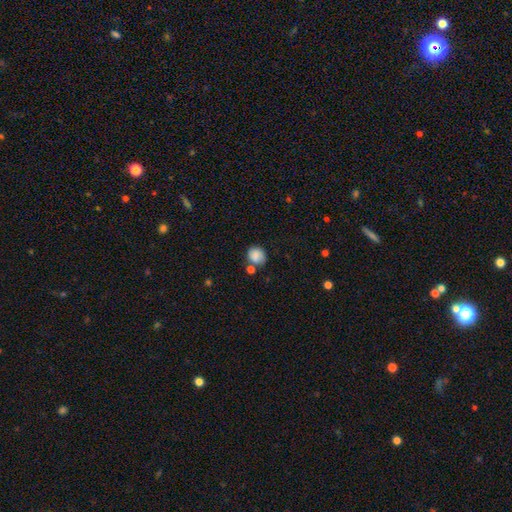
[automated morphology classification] This is clearly a smooth galaxy (85%). How rounded: likely round (73%). Merging: likely none (68%).